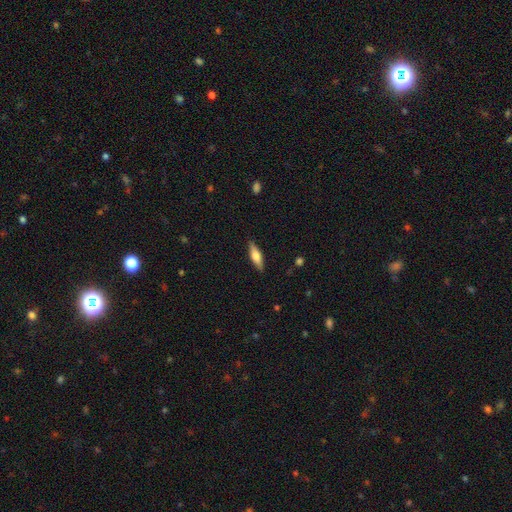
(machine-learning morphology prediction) A smooth galaxy with no disk features (59%) that is cigar-shaped (53%). Merging: none (88%).